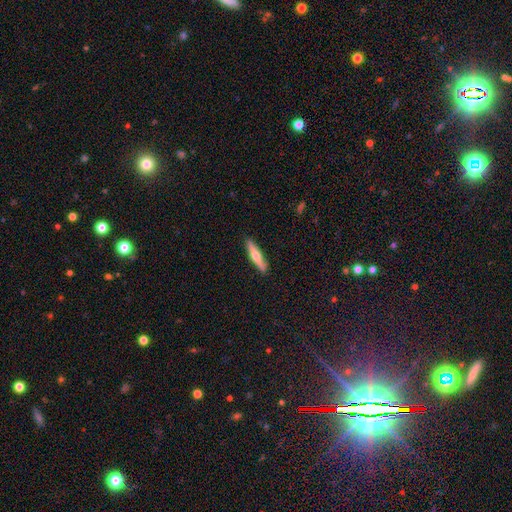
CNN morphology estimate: Smooth or featured: smooth — 48% (featured or disk — 47%)
Merging: none — 90% (minor disturbance — 7%)